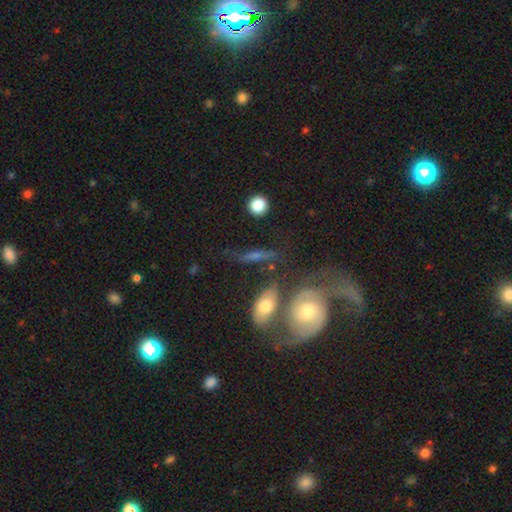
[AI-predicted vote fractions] smooth-or-featured: featured or disk: 50% | smooth: 39% | star or artifact: 10%
  disk-edge-on: no: 56% | yes: 44%
  merging: none: 54% | minor disturbance: 17% | merger: 16% | major disturbance: 12%